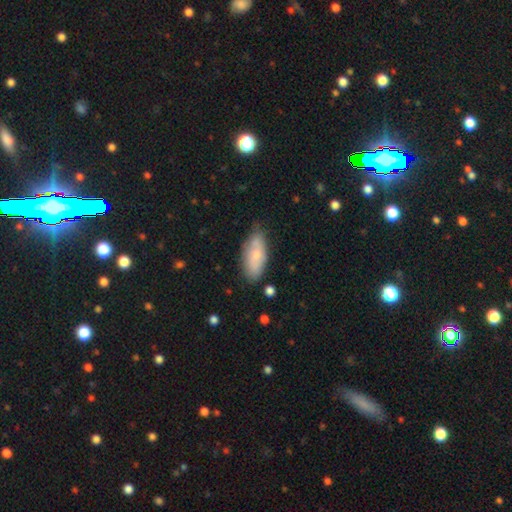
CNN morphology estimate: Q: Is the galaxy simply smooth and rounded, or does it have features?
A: smooth — 71%.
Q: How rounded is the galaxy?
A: in between — 85%.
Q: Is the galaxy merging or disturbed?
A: none — 70%.